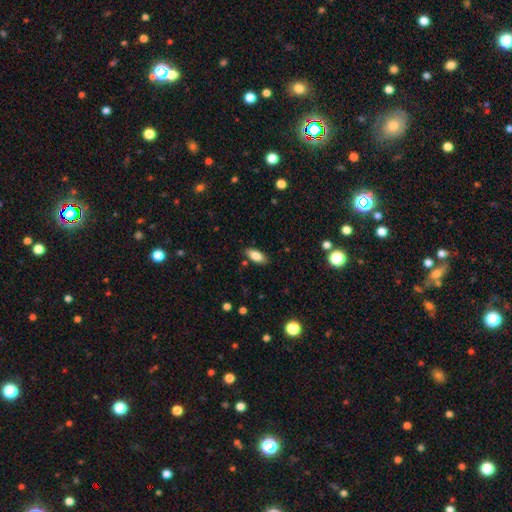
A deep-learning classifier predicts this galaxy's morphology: smooth 81%, featured or disk 12%, star or artifact 7%. Down the decision tree: how rounded — in between (86%); merging — none (86%).